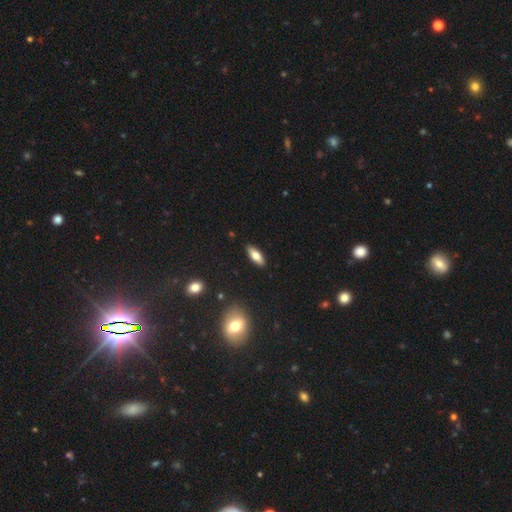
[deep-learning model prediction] This is likely a smooth galaxy (64%). How rounded: likely in between (61%). Merging: clearly none (88%).